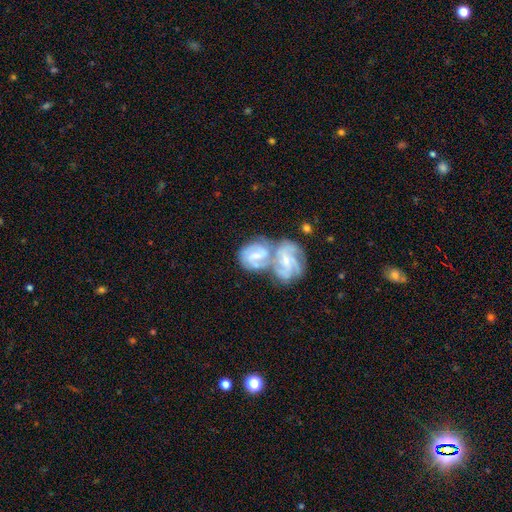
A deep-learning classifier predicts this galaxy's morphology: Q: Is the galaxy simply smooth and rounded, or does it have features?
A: featured or disk — 79%.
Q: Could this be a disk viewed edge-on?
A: no — 97%.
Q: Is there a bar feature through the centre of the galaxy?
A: weak — 50%.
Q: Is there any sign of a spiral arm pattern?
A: yes — 95%.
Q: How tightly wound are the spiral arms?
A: tight — 46%.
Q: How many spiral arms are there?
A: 3 — 35%.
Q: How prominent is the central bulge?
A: small — 56%.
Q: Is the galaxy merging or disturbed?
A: merger — 73%.